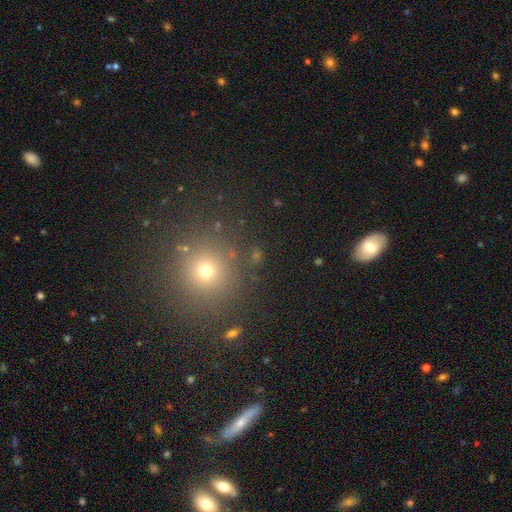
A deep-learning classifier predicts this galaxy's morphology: smooth-or-featured: smooth: 57% | star or artifact: 33% | featured or disk: 9%
  how-rounded: round: 86% | in between: 12% | cigar-shaped: 2%
  merging: none: 85% | minor disturbance: 8% | merger: 4% | major disturbance: 4%